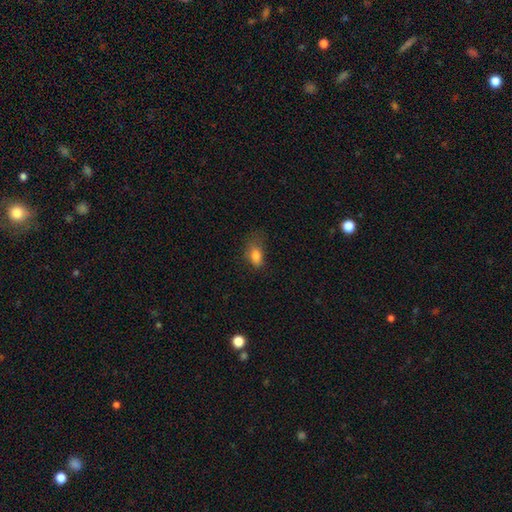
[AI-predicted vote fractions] A smooth galaxy with no disk features (81%) that is in between round and cigar-shaped (86%).

Vote fractions:
- Smooth or featured? smooth: 81% / star or artifact: 10% / featured or disk: 9%
- How rounded? in between: 86% / round: 10% / cigar-shaped: 4%
- Merging? none: 40% / minor disturbance: 34% / major disturbance: 24% / merger: 2%